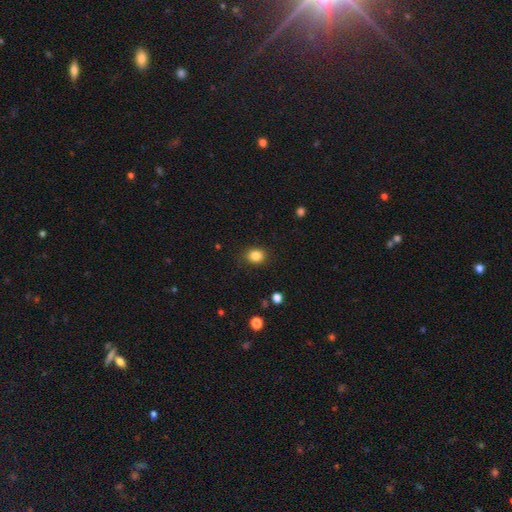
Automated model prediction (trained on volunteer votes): smooth 85%, star or artifact 11%, featured or disk 5%. Down the decision tree: how rounded — round (63%); merging — none (86%).